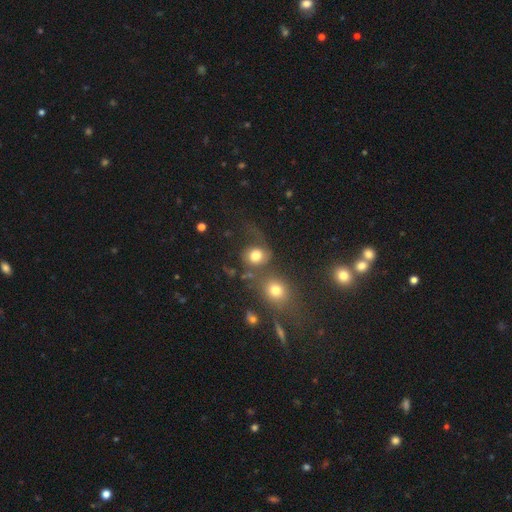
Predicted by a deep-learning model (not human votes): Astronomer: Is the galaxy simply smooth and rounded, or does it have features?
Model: smooth — 69%.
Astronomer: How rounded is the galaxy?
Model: round — 72%.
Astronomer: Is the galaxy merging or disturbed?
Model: none — 39% (runner-up: merger, 24%).